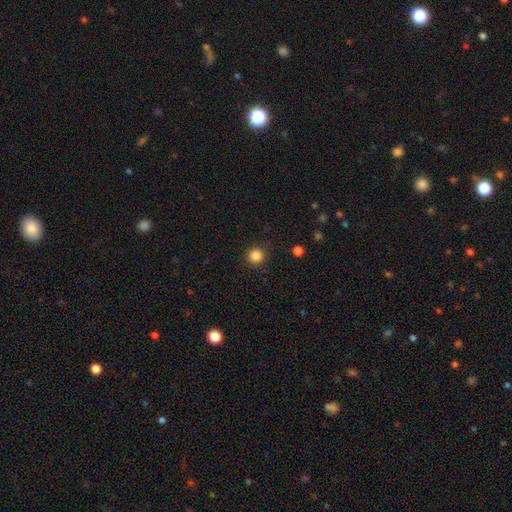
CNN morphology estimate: A smooth galaxy with no disk features (85%) that is round (94%). Merging: none (90%).